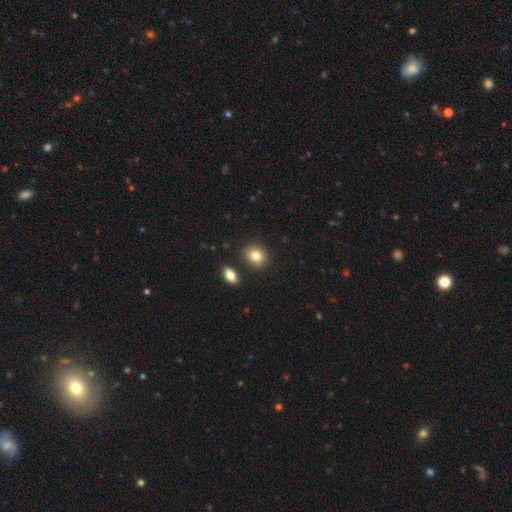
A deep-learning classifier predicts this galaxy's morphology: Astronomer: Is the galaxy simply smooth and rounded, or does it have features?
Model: smooth — 83%.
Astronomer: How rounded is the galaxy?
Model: round — 68%.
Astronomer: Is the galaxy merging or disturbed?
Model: none — 82%.